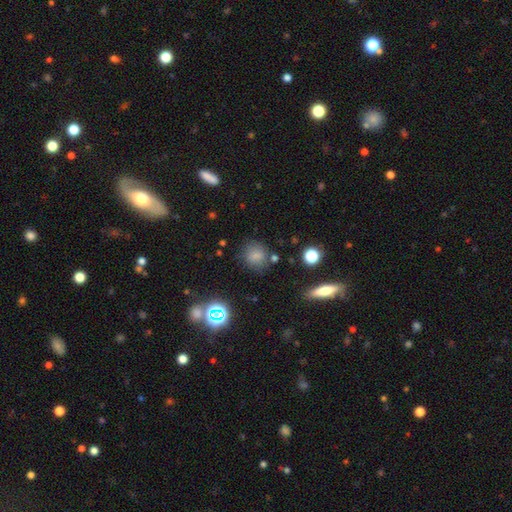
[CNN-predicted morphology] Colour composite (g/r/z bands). It shows a smooth galaxy with no disk features (76%) that is round (76%). Merging: none (74%).